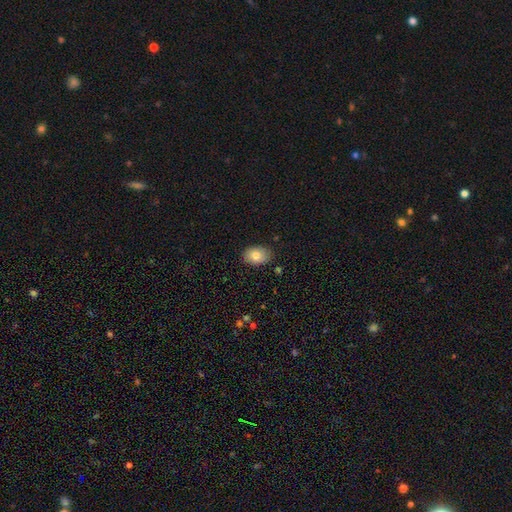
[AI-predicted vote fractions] smooth-or-featured: smooth: 81% | featured or disk: 11% | star or artifact: 8%
  how-rounded: in between: 80% | round: 19% | cigar-shaped: 1%
  merging: none: 86% | minor disturbance: 11% | major disturbance: 2% | merger: 1%